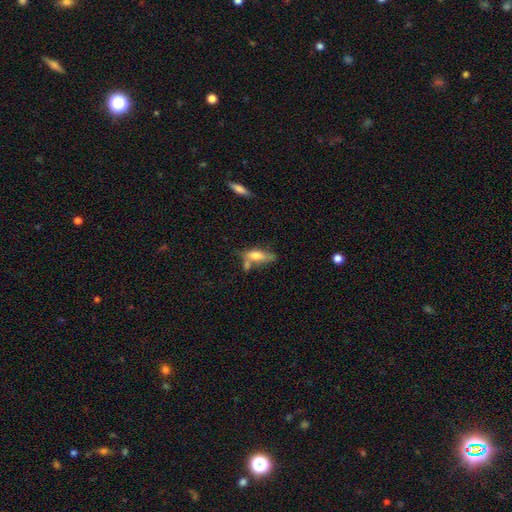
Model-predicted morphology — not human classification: This is likely a smooth galaxy (64%). How rounded: likely in between (63%). Merging: marginally none (41%).